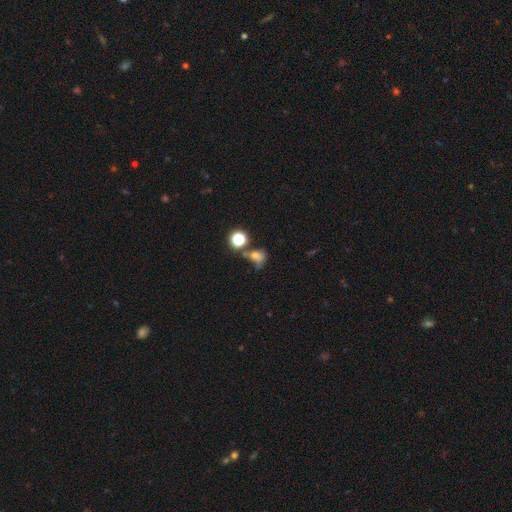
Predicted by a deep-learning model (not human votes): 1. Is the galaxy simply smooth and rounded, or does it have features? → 62% smooth, 23% star or artifact, 15% featured or disk.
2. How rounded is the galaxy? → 53% round, 45% in between, 2% cigar-shaped.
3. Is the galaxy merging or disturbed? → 37% none, 23% minor disturbance, 21% merger, 19% major disturbance.